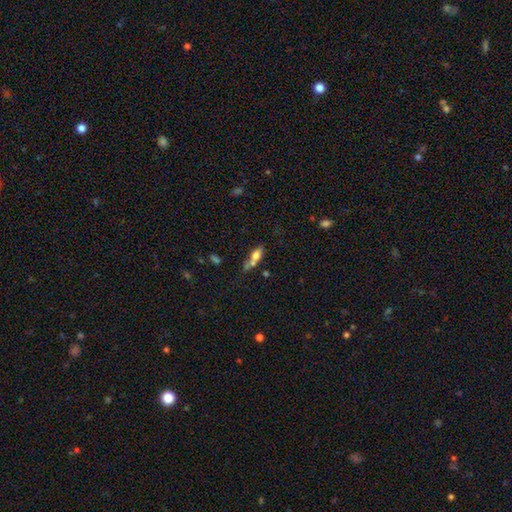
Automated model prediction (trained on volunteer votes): smooth_or_featured: smooth (p=0.66) [alt: featured or disk p=0.24]
how_rounded: in between (p=0.66) [alt: cigar-shaped p=0.26]
merging: merger (p=0.42) [alt: none p=0.33]